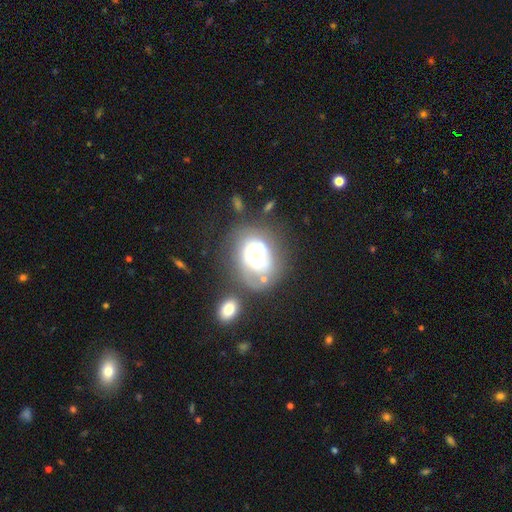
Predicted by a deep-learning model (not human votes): featured or disk 53%, smooth 38%, star or artifact 9%. Down the decision tree: edge-on disk — no (96%); bar — no (83%); spiral arms — yes (54%); bulge size — moderate (55%); merging — none (41%).